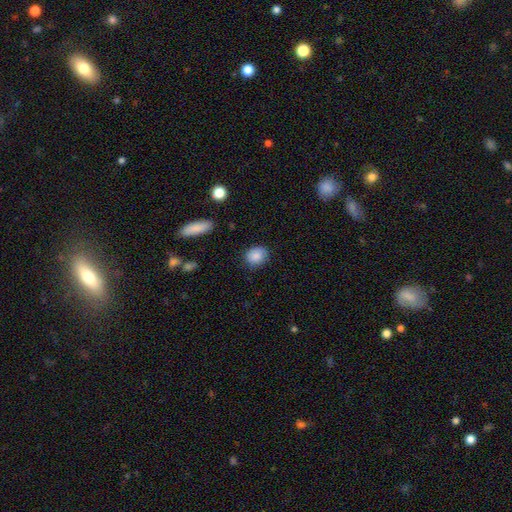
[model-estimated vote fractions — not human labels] smooth 87%, star or artifact 8%, featured or disk 4%. Down the decision tree: how rounded — round (64%); merging — none (84%).